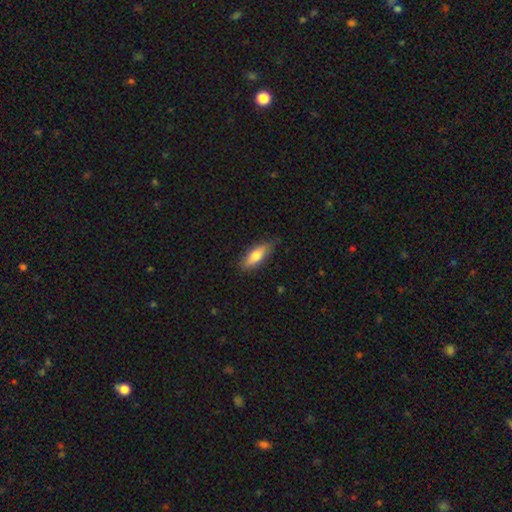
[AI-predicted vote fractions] smooth-or-featured: smooth: 72% | featured or disk: 22% | star or artifact: 6%
  how-rounded: in between: 63% | cigar-shaped: 35% | round: 2%
  merging: none: 80% | minor disturbance: 16% | major disturbance: 3% | merger: 1%